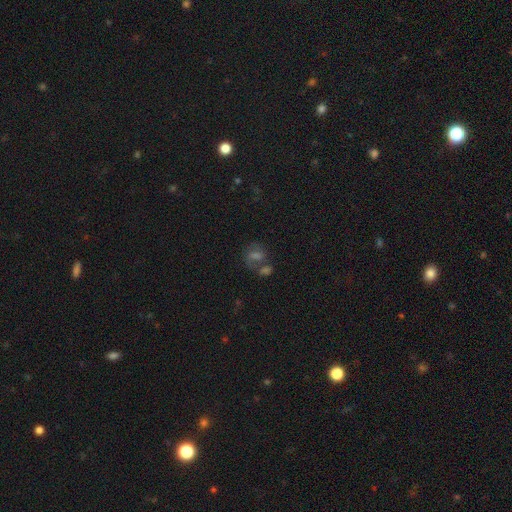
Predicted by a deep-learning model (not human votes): The model was most divided on "smooth or featured": smooth: 39%, featured or disk: 34%, star or artifact: 28%. Remaining: merging — none (44%).